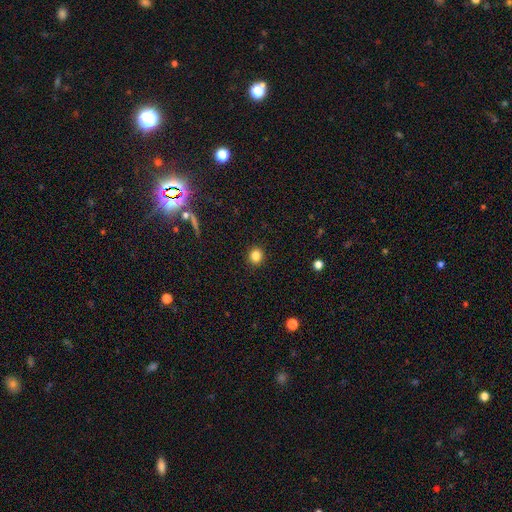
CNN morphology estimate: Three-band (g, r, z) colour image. It shows a smooth galaxy with no disk features (84%) that is round (82%). Merging: none (91%).